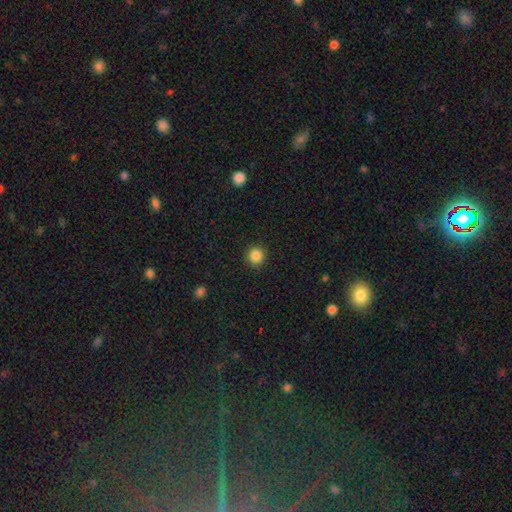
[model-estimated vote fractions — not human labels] Smooth or featured?
  - smooth: 86% *
  - star or artifact: 11%
  - featured or disk: 4%
How rounded?
  - round: 94% *
  - in between: 5%
  - cigar-shaped: 1%
Merging?
  - none: 91% *
  - minor disturbance: 6%
  - major disturbance: 2%
  - merger: 1%